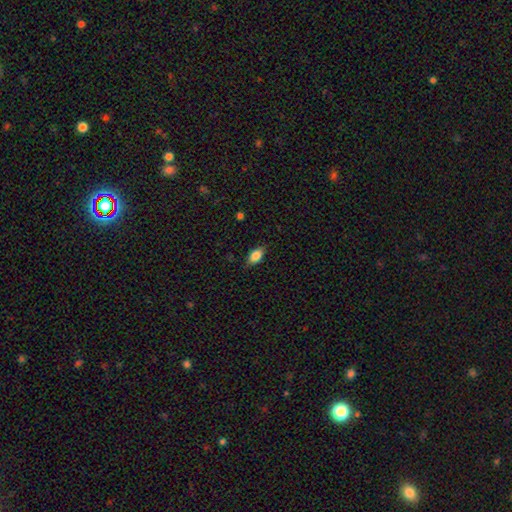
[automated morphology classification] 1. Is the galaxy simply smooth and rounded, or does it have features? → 84% smooth, 9% featured or disk, 8% star or artifact.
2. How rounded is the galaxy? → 88% in between, 6% round, 5% cigar-shaped.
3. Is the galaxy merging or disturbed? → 81% none, 15% minor disturbance, 3% major disturbance, 1% merger.